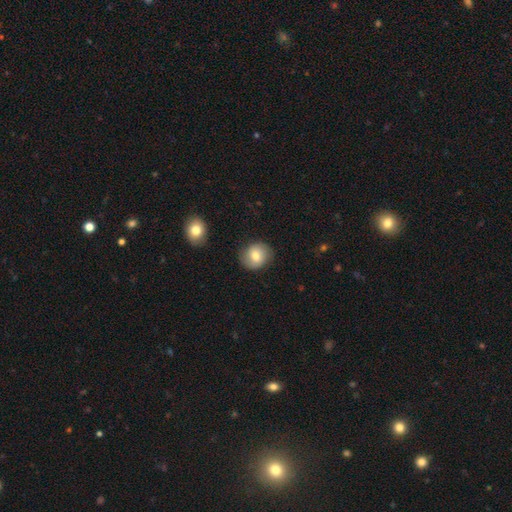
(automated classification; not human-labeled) A smooth galaxy with no disk features (67%) that is round (76%).

Vote fractions:
- Smooth or featured? smooth: 67% / featured or disk: 24% / star or artifact: 8%
- How rounded? round: 76% / in between: 23% / cigar-shaped: 1%
- Merging? none: 82% / minor disturbance: 13% / major disturbance: 3% / merger: 2%